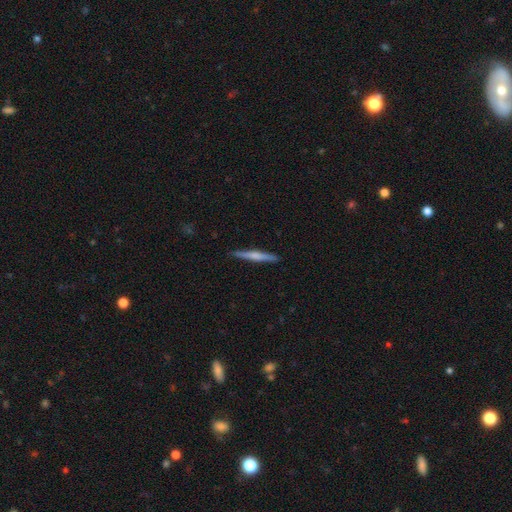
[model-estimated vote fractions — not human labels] A featured or disk galaxy (52%) viewed edge-on (98%) with a rounded central bulge (55%).

Vote fractions:
- Smooth or featured? featured or disk: 52% / smooth: 42% / star or artifact: 5%
- Edge-on disk? yes: 98% / no: 2%
- Edge-on bulge? rounded: 55% / none: 29% / boxy: 16%
- Merging? none: 91% / minor disturbance: 7% / major disturbance: 1% / merger: 1%